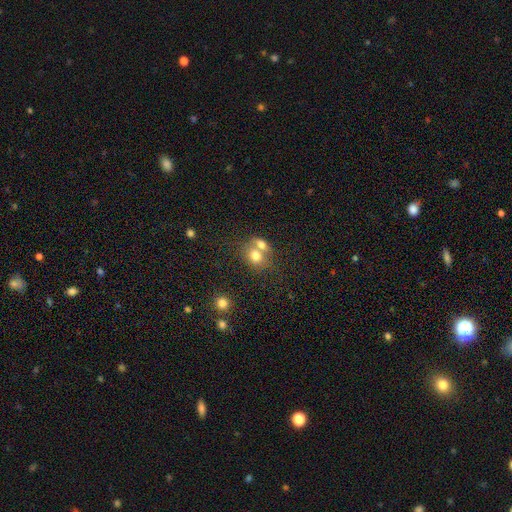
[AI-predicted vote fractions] Smooth or featured? smooth (74%)
How rounded? round (53%)
Merging? merger (60%)